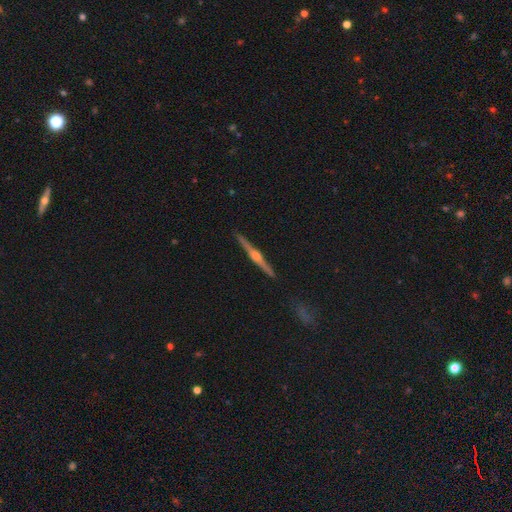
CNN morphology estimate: A featured or disk galaxy (84%) viewed edge-on (99%) with a rounded central bulge (88%).

Vote fractions:
- Smooth or featured? featured or disk: 84% / smooth: 11% / star or artifact: 6%
- Edge-on disk? yes: 99% / no: 1%
- Edge-on bulge? rounded: 88% / boxy: 7% / none: 4%
- Merging? none: 92% / minor disturbance: 5% / major disturbance: 1% / merger: 1%